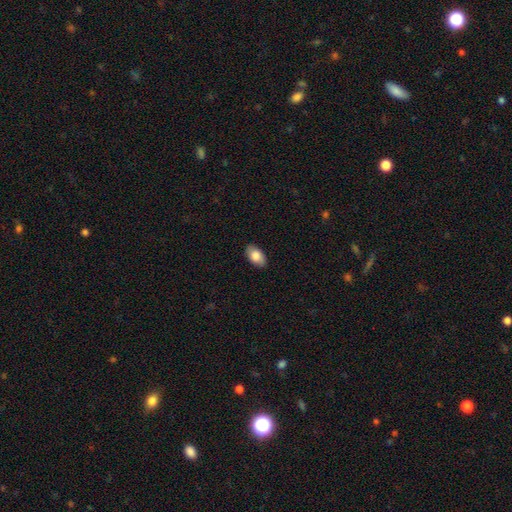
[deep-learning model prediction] Smooth or featured? smooth (84%)
How rounded? in between (93%)
Merging? none (88%)